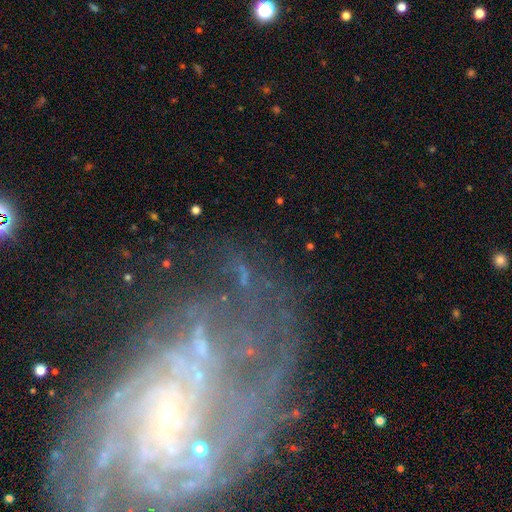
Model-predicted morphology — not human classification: The model was most divided on "bulge size": small: 55%, none: 22%, moderate: 17%, large: 4%, dominant: 3%. More confident: edge-on disk — no (94%); spiral arms — yes (67%); smooth or featured — featured or disk (65%); bar — no (59%); merging — none (58%).